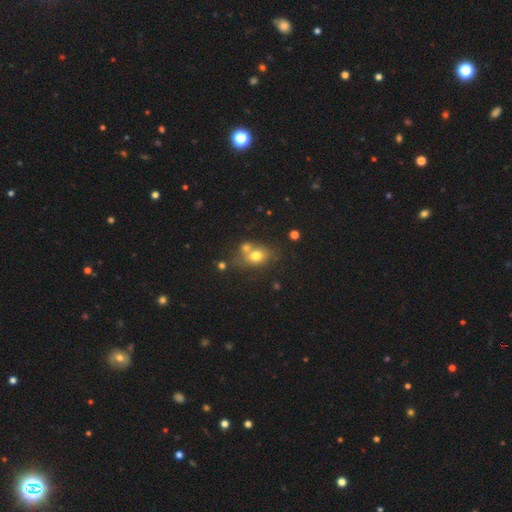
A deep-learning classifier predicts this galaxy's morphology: smooth-or-featured: smooth: 72% | featured or disk: 15% | star or artifact: 13%
  how-rounded: in between: 56% | round: 43% | cigar-shaped: 1%
  merging: none: 47% | merger: 35% | minor disturbance: 13% | major disturbance: 5%